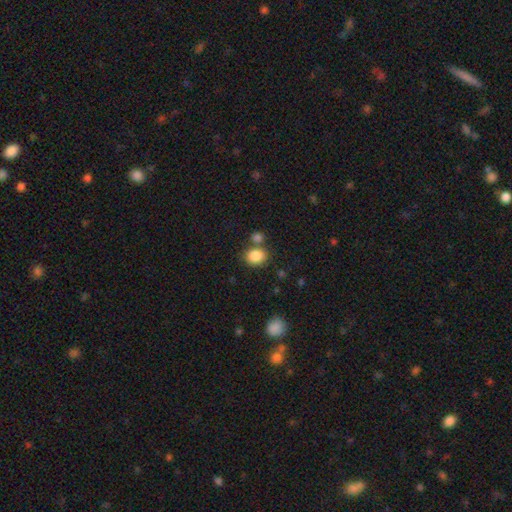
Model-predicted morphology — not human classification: Smooth or featured?
  - smooth: 86% *
  - star or artifact: 9%
  - featured or disk: 5%
How rounded?
  - round: 53% *
  - in between: 46%
  - cigar-shaped: 1%
Merging?
  - none: 65% *
  - merger: 19%
  - minor disturbance: 12%
  - major disturbance: 4%